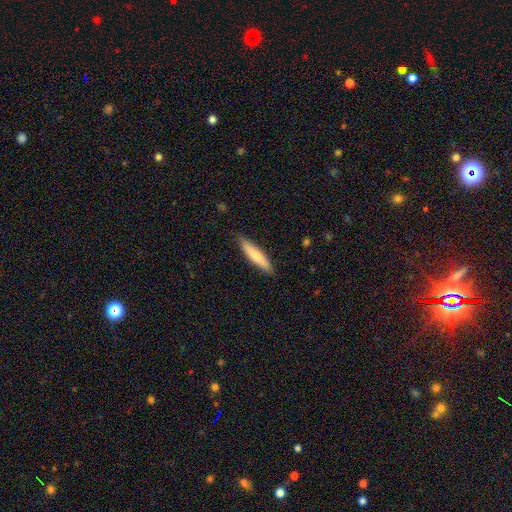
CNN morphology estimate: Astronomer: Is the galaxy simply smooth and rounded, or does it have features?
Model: smooth — 74%.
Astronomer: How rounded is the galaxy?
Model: cigar-shaped — 86%.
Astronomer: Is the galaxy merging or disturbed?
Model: none — 87%.